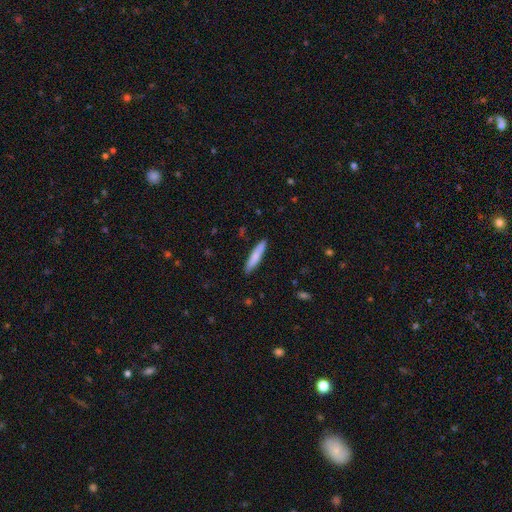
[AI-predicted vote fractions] Morphology: type=smooth (77%); roundness=cigar-shaped (89%); merging=none (89%).